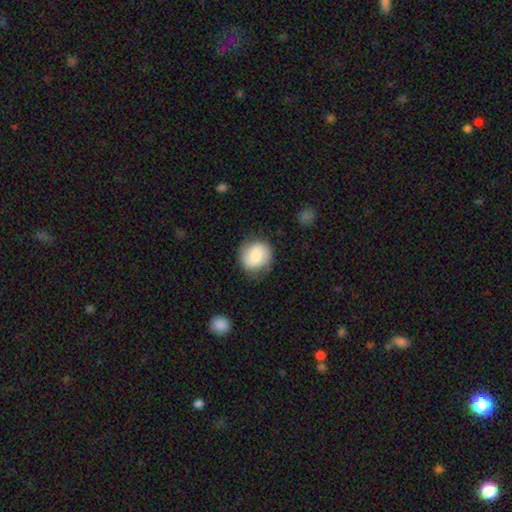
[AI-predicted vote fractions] This appears to be a smooth galaxy with no disk features (72%) that is round (84%). Merging: none (79%).